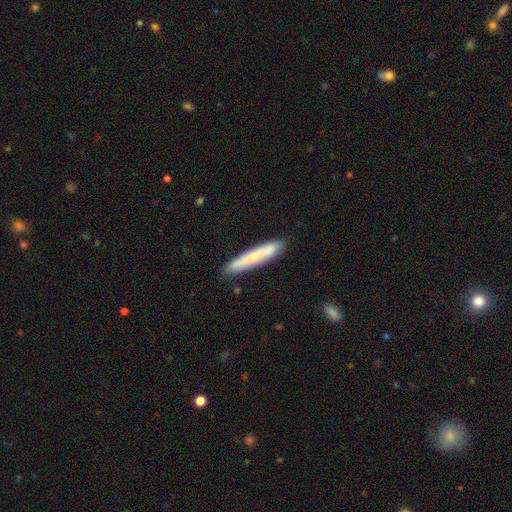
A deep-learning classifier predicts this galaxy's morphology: This appears to be a smooth galaxy with no disk features (56%) that is cigar-shaped (92%). Merging: none (86%).